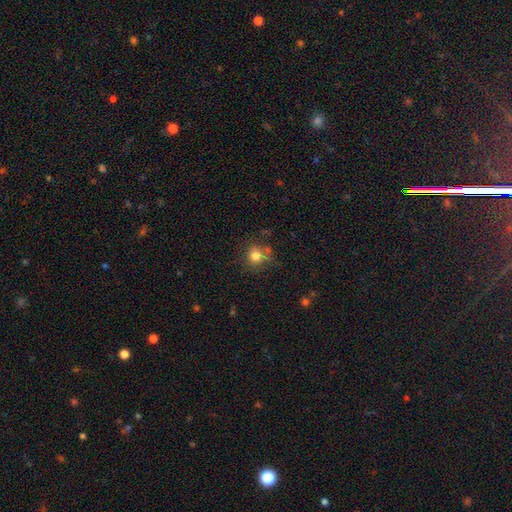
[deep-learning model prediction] This appears to be a smooth galaxy with no disk features (79%) that is round (87%). Merging: none (66%).